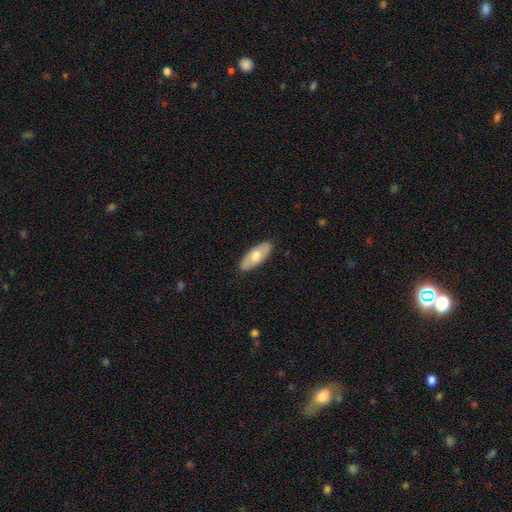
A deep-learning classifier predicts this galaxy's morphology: Smooth or featured?
  - smooth: 62% *
  - featured or disk: 33%
  - star or artifact: 5%
How rounded?
  - in between: 82% *
  - cigar-shaped: 16%
  - round: 2%
Merging?
  - none: 87% *
  - minor disturbance: 10%
  - major disturbance: 2%
  - merger: 1%